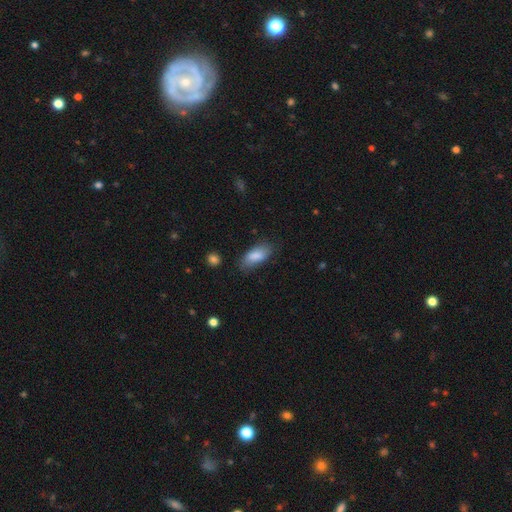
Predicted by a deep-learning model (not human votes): smooth 84%, featured or disk 9%, star or artifact 7%. Down the decision tree: how rounded — in between (84%); merging — none (72%).